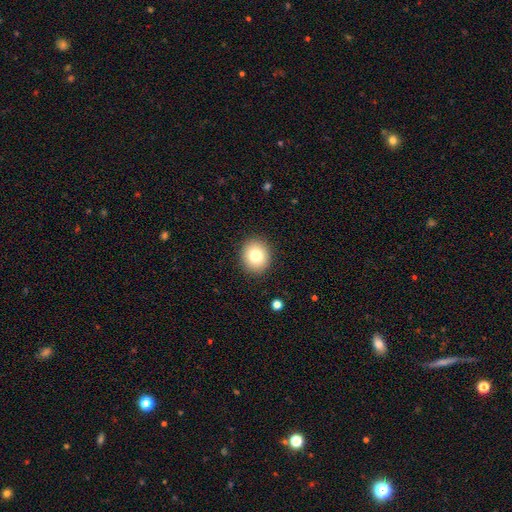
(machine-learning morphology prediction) A smooth galaxy with no disk features (79%) that is round (78%).

Vote fractions:
- Smooth or featured? smooth: 79% / featured or disk: 11% / star or artifact: 10%
- How rounded? round: 78% / in between: 21% / cigar-shaped: 1%
- Merging? none: 90% / minor disturbance: 7% / major disturbance: 2% / merger: 1%